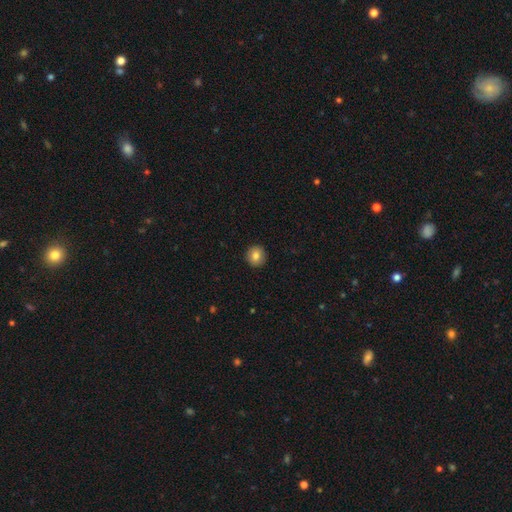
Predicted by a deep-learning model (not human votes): A smooth galaxy with no disk features (82%) that is round (93%). Merging: none (93%).